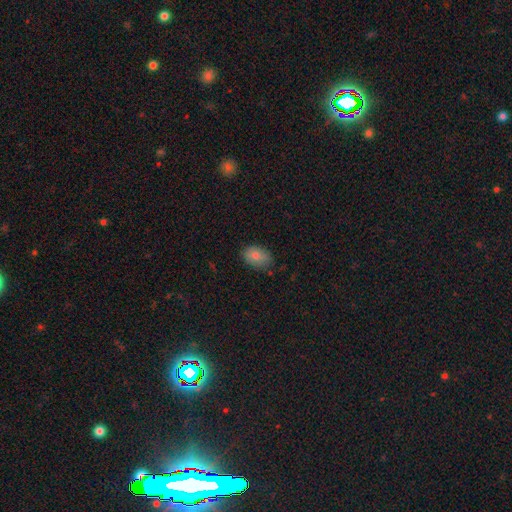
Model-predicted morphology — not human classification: Smooth or featured? Predicted: smooth (p=0.82). How rounded? Predicted: in between (p=0.85). Merging? Predicted: none (p=0.72).